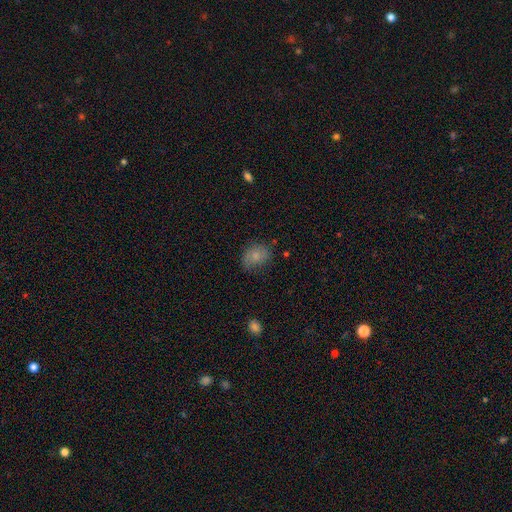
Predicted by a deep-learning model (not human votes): Smooth or featured? Predicted: smooth (p=0.73). How rounded? Predicted: in between (p=0.58). Merging? Predicted: none (p=0.64).